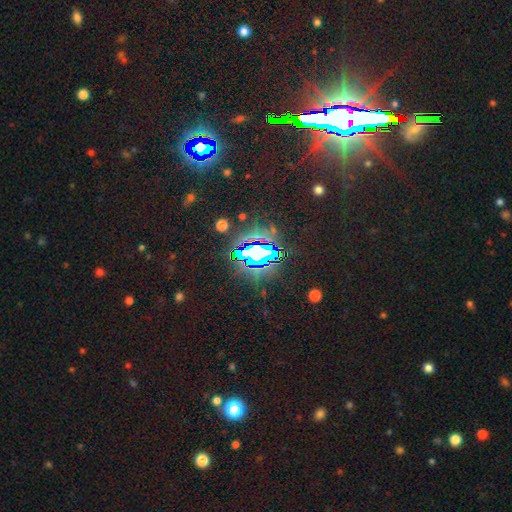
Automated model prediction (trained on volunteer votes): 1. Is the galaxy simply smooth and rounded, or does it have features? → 79% star or artifact, 12% smooth, 10% featured or disk.